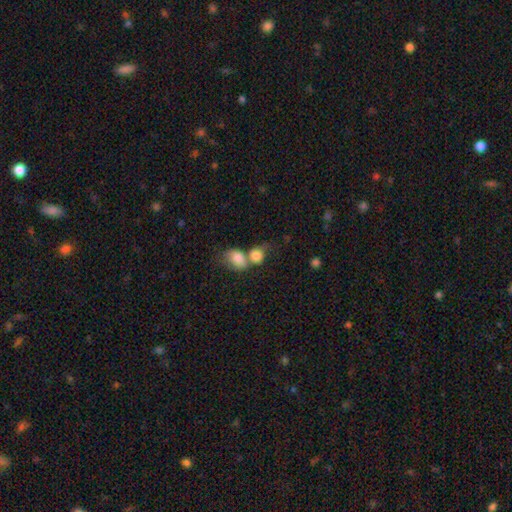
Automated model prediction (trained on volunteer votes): Overall: smooth (82%). How rounded: round (58%; in between 40%). Merging: merger (66%).